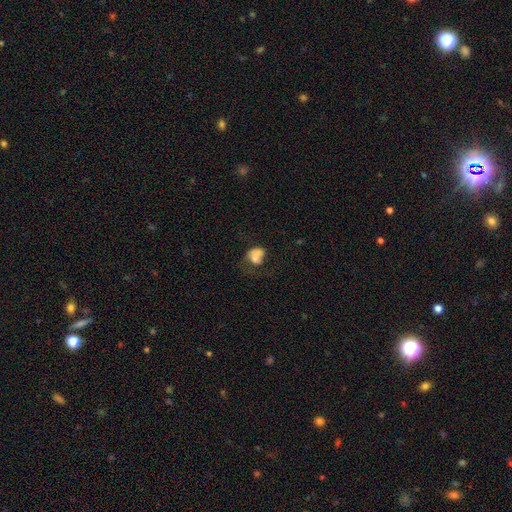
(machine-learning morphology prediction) This is likely a smooth galaxy (68%). How rounded: likely in between (62%). Merging: marginally major disturbance (41%).